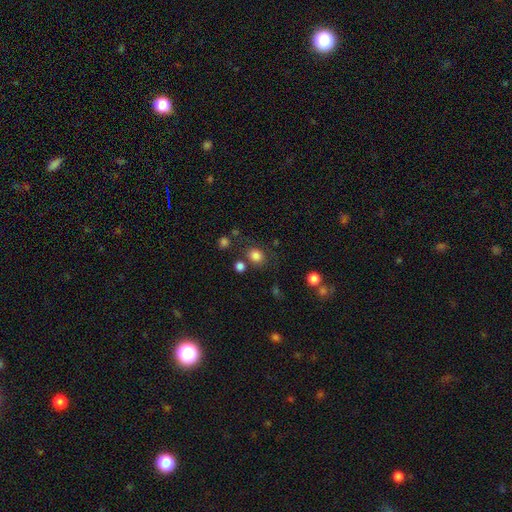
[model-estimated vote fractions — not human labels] This is clearly a smooth galaxy (82%). How rounded: likely round (70%). Merging: likely none (74%).